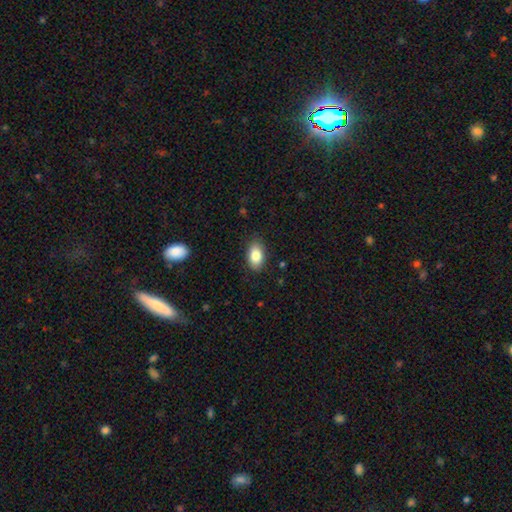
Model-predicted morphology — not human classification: This appears to be a smooth galaxy with no disk features (84%) that is in between round and cigar-shaped (91%). Merging: none (85%).